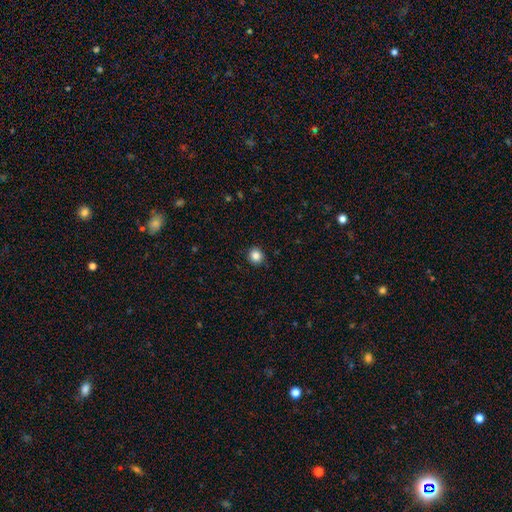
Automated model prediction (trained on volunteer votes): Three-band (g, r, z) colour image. It shows a smooth galaxy with no disk features (86%) that is round (90%). Merging: none (91%).